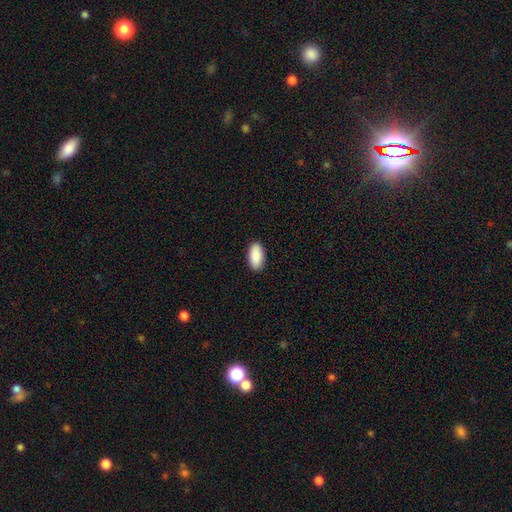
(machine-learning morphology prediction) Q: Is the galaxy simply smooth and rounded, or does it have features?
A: smooth — 91%.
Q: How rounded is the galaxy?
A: in between — 95%.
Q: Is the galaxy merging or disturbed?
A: none — 90%.